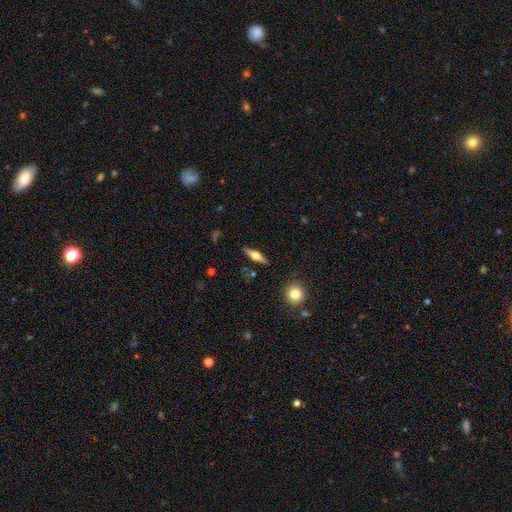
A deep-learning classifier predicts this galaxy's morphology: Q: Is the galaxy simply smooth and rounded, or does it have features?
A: featured or disk — 62%.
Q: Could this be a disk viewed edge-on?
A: yes — 96%.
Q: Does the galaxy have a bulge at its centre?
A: rounded — 92%.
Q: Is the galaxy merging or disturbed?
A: none — 88%.